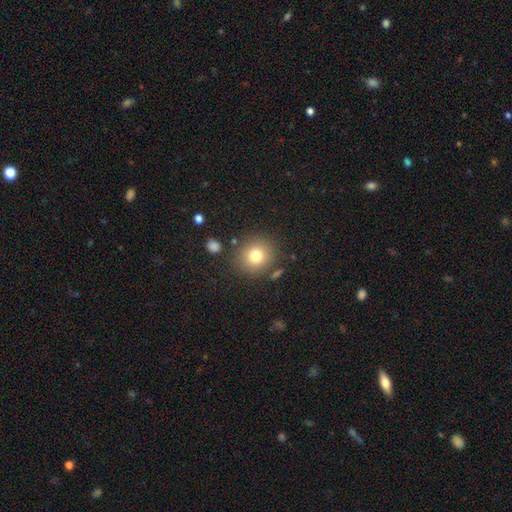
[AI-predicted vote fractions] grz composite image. It shows a smooth galaxy with no disk features (79%) that is round (83%). Merging: none (82%).